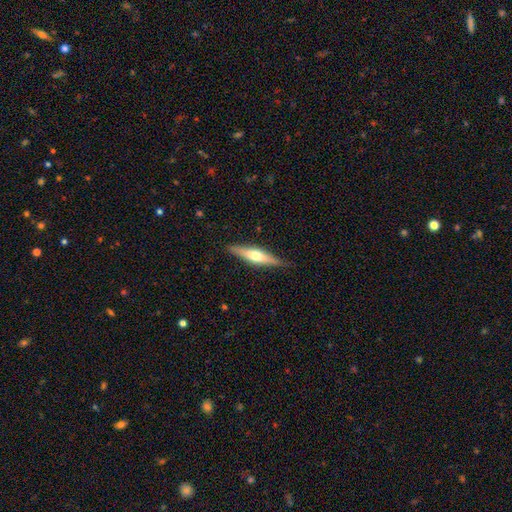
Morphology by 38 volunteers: featured or disk 53%, smooth 39%, star or artifact 8%. Down the decision tree: edge-on disk — yes (85%); edge-on bulge — rounded (76%); merging — none (89%).